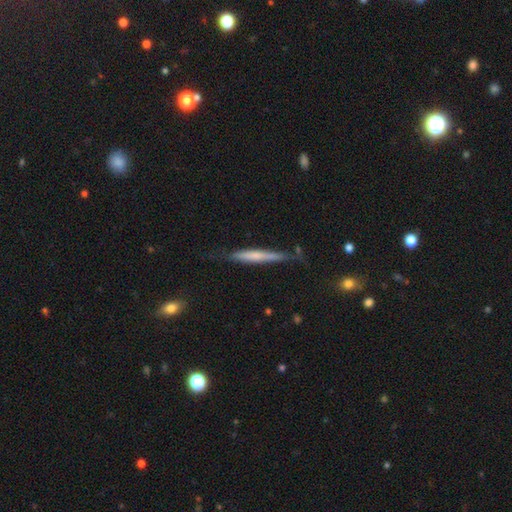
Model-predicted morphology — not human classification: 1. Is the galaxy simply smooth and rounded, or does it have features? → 52% smooth, 42% featured or disk, 6% star or artifact.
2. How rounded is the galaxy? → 95% cigar-shaped, 4% in between, 2% round.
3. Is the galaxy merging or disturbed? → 72% none, 21% minor disturbance, 5% major disturbance, 3% merger.